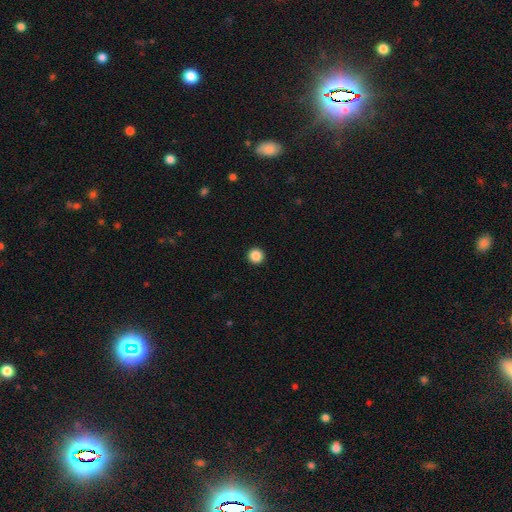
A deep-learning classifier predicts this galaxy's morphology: Smooth or featured? smooth (87%)
How rounded? round (96%)
Merging? none (94%)